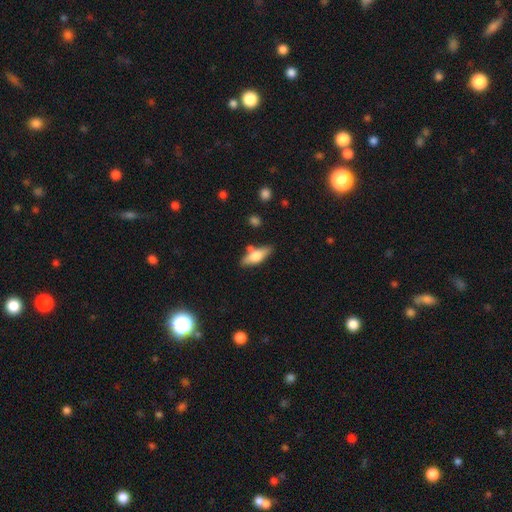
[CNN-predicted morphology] type=smooth (56%); roundness=in between (62%); merging=none (72%).